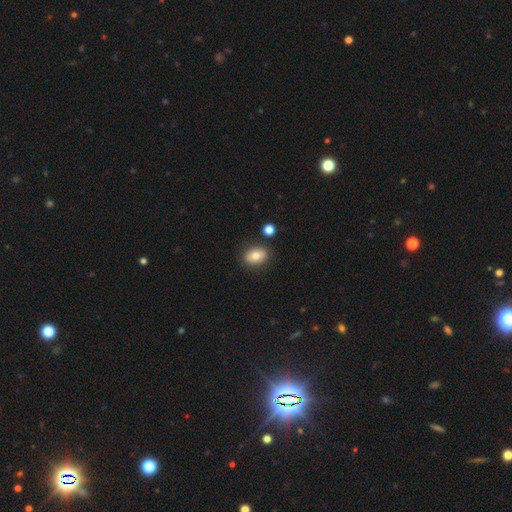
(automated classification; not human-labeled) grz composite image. It shows a smooth galaxy with no disk features (76%) that is in between round and cigar-shaped (73%). Merging: none (82%).